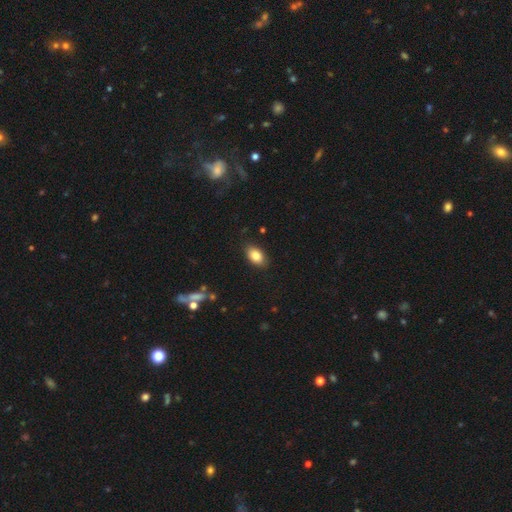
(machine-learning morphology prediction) smooth_or_featured: smooth (p=0.84) [alt: star or artifact p=0.08]
how_rounded: in between (p=0.90) [alt: round p=0.08]
merging: none (p=0.86) [alt: minor disturbance p=0.10]